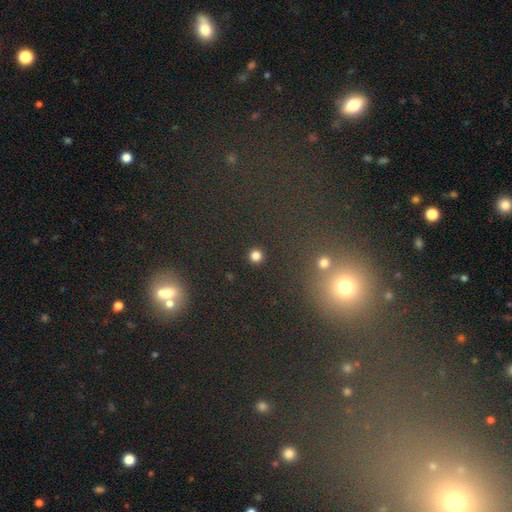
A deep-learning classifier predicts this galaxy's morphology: Smooth or featured? smooth (81%)
How rounded? round (94%)
Merging? none (92%)